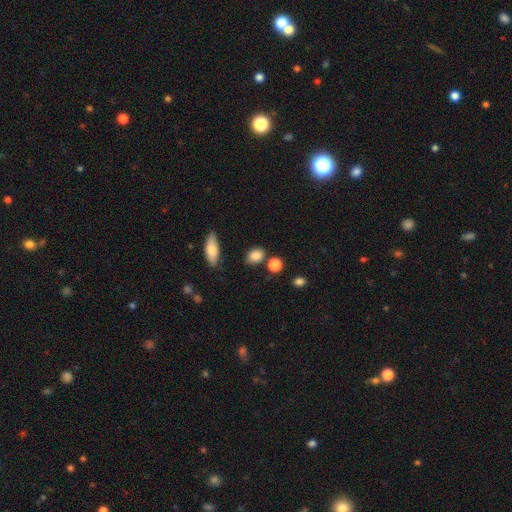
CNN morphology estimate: smooth-or-featured: smooth: 85% | star or artifact: 10% | featured or disk: 6%
  how-rounded: in between: 61% | round: 37% | cigar-shaped: 2%
  merging: none: 73% | minor disturbance: 14% | merger: 9% | major disturbance: 4%